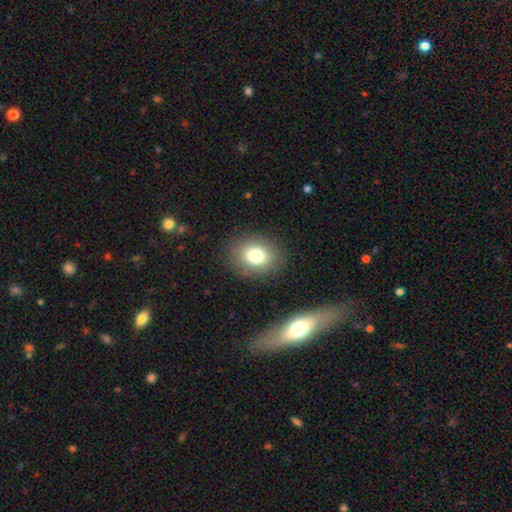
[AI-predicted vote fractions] A smooth galaxy with no disk features (77%) that is in between round and cigar-shaped (52%).

Vote fractions:
- Smooth or featured? smooth: 77% / star or artifact: 11% / featured or disk: 11%
- How rounded? in between: 52% / round: 47% / cigar-shaped: 1%
- Merging? none: 86% / minor disturbance: 9% / major disturbance: 4% / merger: 2%